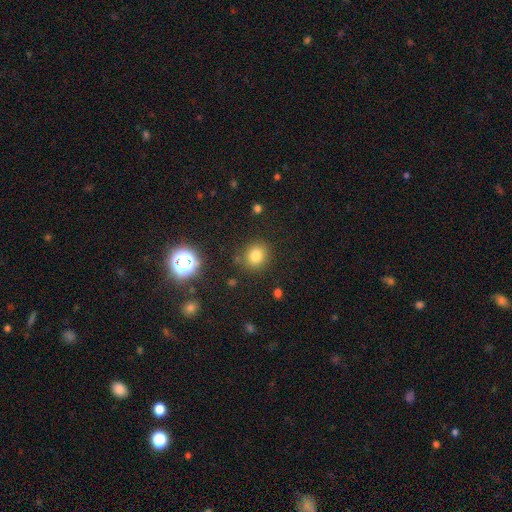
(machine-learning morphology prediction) Overall: smooth (78%). How rounded: round (81%). Merging: none (84%).